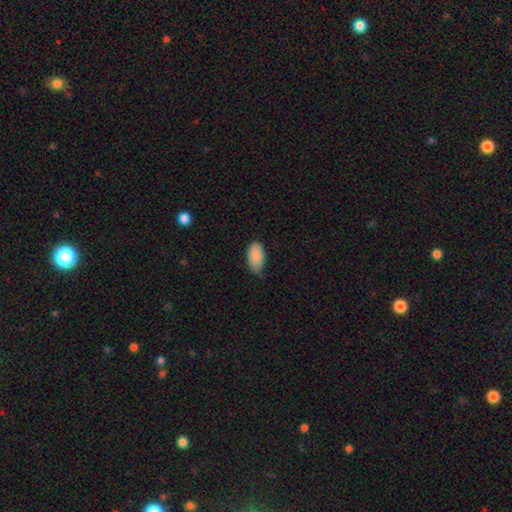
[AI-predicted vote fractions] Q: Smooth or featured?
A: smooth (88%); runner-up: star or artifact (6%)
Q: How rounded?
A: in between (95%); runner-up: round (3%)
Q: Merging?
A: none (58%); runner-up: minor disturbance (35%)